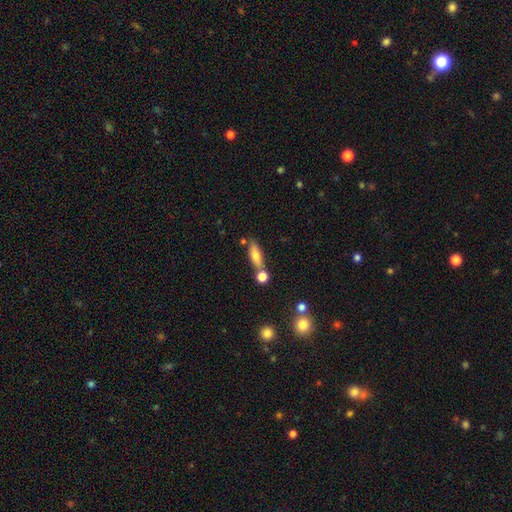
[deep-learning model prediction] smooth 68%, featured or disk 24%, star or artifact 8%. Down the decision tree: how rounded — in between (49%); merging — none (62%).